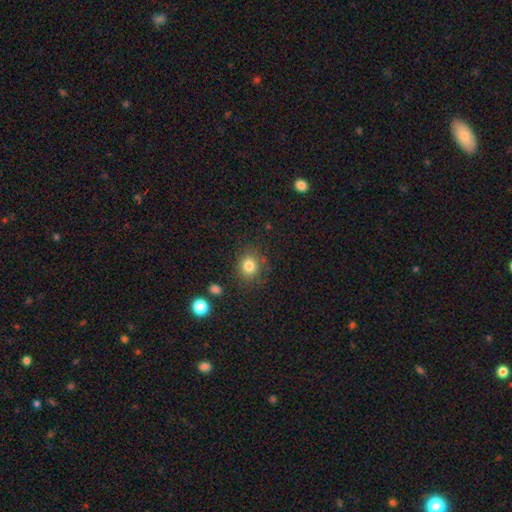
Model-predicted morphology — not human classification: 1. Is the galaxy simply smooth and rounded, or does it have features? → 68% smooth, 26% star or artifact, 6% featured or disk.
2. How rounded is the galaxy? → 85% round, 14% in between, 1% cigar-shaped.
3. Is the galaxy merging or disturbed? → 87% none, 7% minor disturbance, 3% merger, 2% major disturbance.